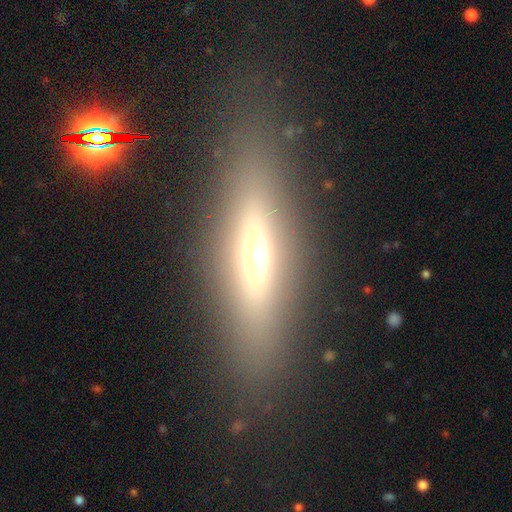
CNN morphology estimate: Smooth or featured? Predicted: featured or disk (p=0.45). Merging? Predicted: none (p=0.82).